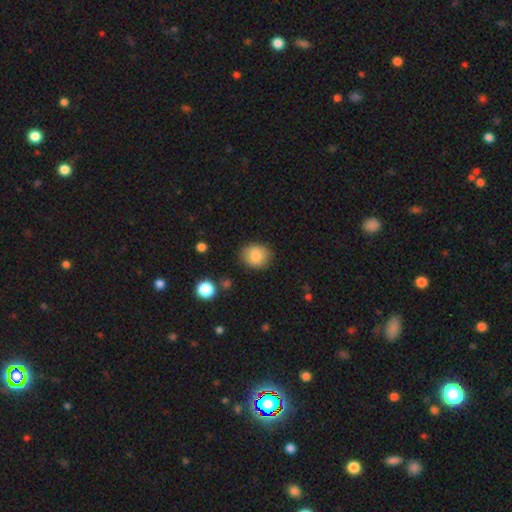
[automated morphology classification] Smooth or featured? smooth (84%)
How rounded? round (66%)
Merging? none (84%)